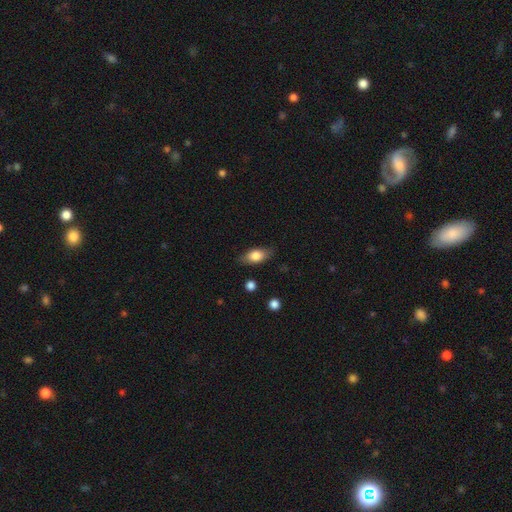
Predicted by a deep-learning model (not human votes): A smooth galaxy with no disk features (75%) that is in between round and cigar-shaped (83%).

Vote fractions:
- Smooth or featured? smooth: 75% / featured or disk: 18% / star or artifact: 7%
- How rounded? in between: 83% / cigar-shaped: 10% / round: 7%
- Merging? none: 82% / minor disturbance: 14% / major disturbance: 3% / merger: 1%